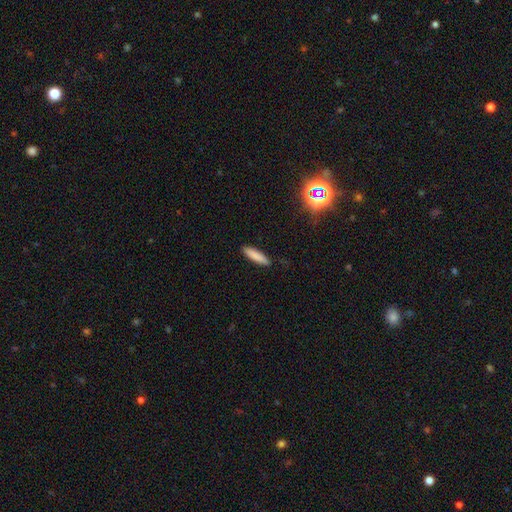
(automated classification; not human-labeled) Q: Smooth or featured?
A: smooth (84%); runner-up: featured or disk (8%)
Q: How rounded?
A: cigar-shaped (79%); runner-up: in between (20%)
Q: Merging?
A: none (87%); runner-up: minor disturbance (10%)